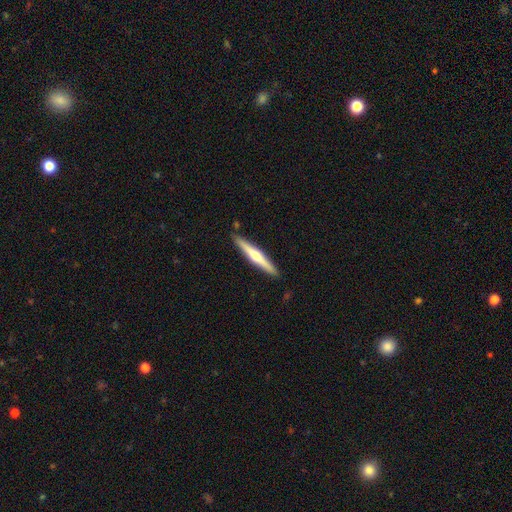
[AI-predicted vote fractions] A featured or disk galaxy (60%) viewed edge-on (98%) with a rounded central bulge (83%). Merging: none (89%).